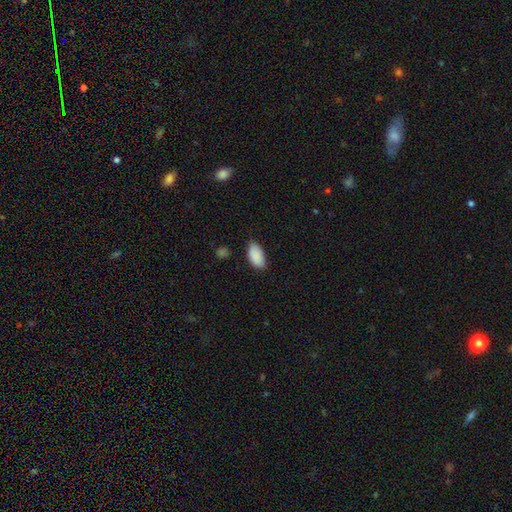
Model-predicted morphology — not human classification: A smooth galaxy with no disk features (90%) that is in between round and cigar-shaped (95%).

Vote fractions:
- Smooth or featured? smooth: 90% / star or artifact: 7% / featured or disk: 4%
- How rounded? in between: 95% / round: 3% / cigar-shaped: 3%
- Merging? none: 77% / minor disturbance: 18% / major disturbance: 3% / merger: 1%